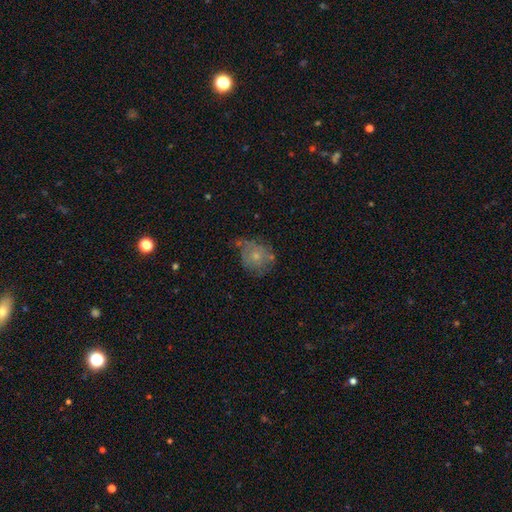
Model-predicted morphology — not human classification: type=smooth (60%); roundness=round (73%); merging=none (44%).